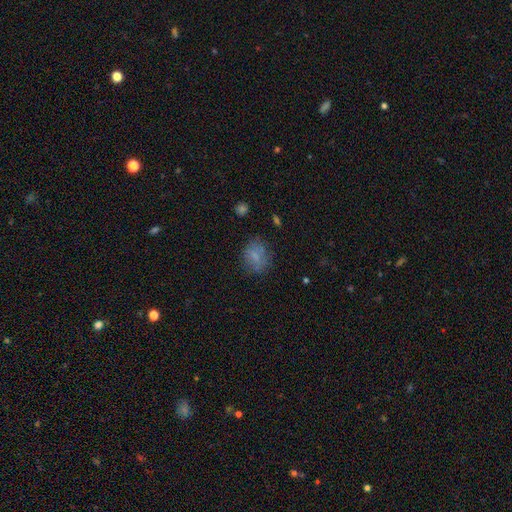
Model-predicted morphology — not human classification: Overall: smooth (74%). How rounded: in between (53%; round 46%). Merging: none (72%).